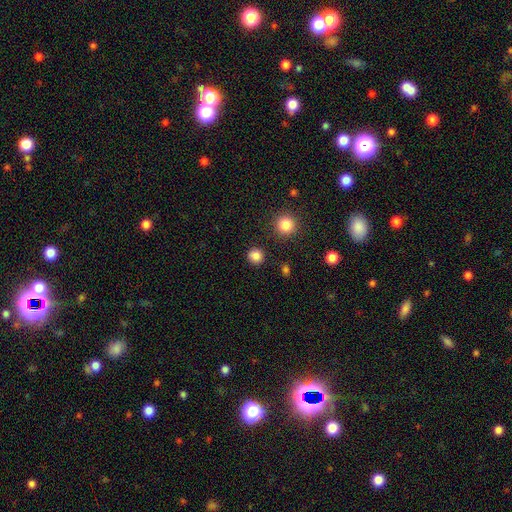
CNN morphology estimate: A smooth galaxy with no disk features (84%) that is round (93%). Merging: none (89%).